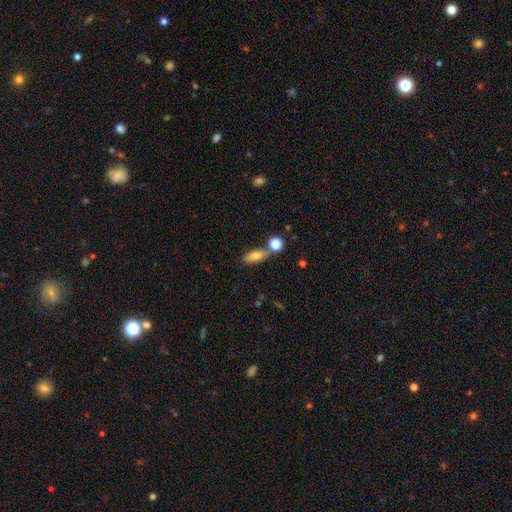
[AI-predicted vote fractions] This appears to be a smooth galaxy with no disk features (78%) that is in between round and cigar-shaped (72%). Merging: none (60%).